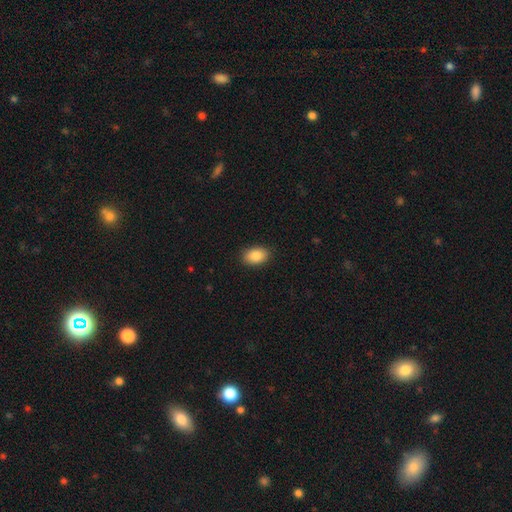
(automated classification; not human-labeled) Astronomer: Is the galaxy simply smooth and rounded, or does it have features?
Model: smooth — 87%.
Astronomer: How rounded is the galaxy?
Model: in between — 86%.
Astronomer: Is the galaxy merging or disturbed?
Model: none — 88%.